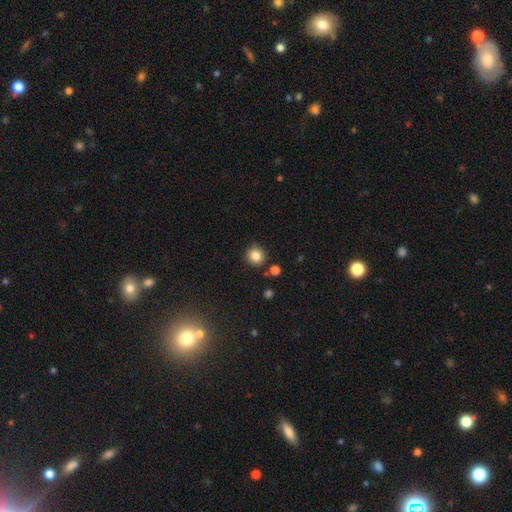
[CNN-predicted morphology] Smooth or featured?
  - smooth: 84% *
  - star or artifact: 11%
  - featured or disk: 5%
How rounded?
  - round: 91% *
  - in between: 9%
  - cigar-shaped: 1%
Merging?
  - none: 83% *
  - minor disturbance: 10%
  - merger: 5%
  - major disturbance: 3%